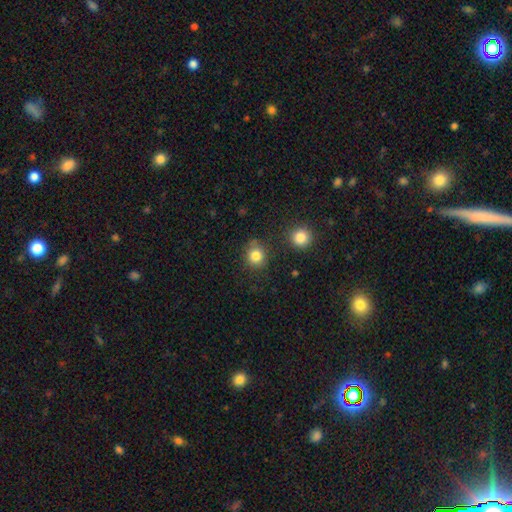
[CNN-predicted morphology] smooth-or-featured: smooth: 83% | star or artifact: 12% | featured or disk: 6%
  how-rounded: round: 87% | in between: 12% | cigar-shaped: 1%
  merging: none: 79% | minor disturbance: 12% | merger: 5% | major disturbance: 4%